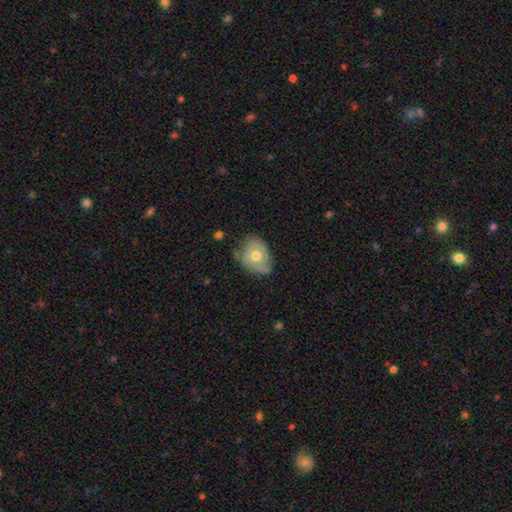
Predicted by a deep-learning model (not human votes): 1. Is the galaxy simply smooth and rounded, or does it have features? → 53% smooth, 39% featured or disk, 7% star or artifact.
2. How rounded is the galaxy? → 52% in between, 47% round, 1% cigar-shaped.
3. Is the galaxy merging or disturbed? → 51% none, 36% minor disturbance, 10% major disturbance, 3% merger.